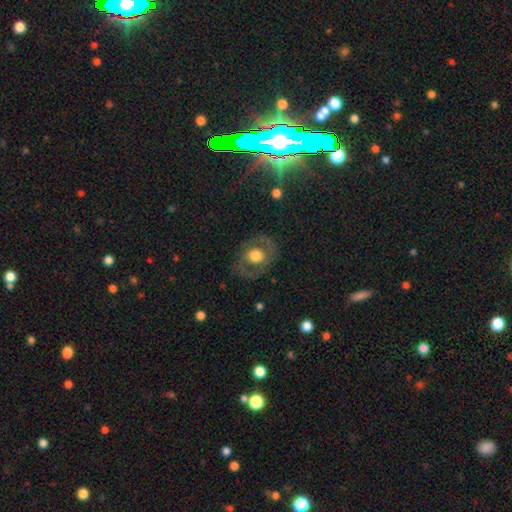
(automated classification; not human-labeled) This is possibly a featured or disk galaxy (49%). Merging: likely none (77%).